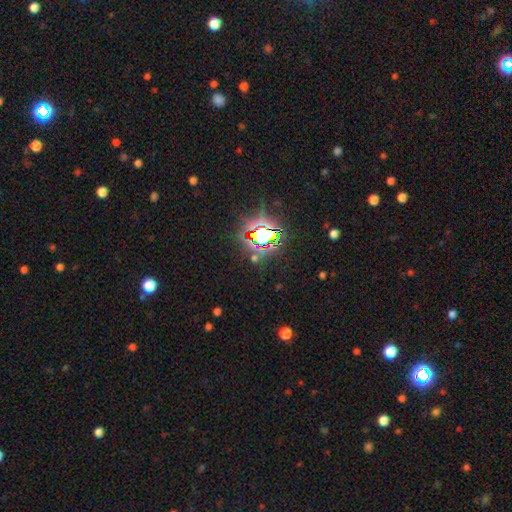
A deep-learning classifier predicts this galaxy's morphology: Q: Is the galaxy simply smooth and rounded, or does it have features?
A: star or artifact — 79%.